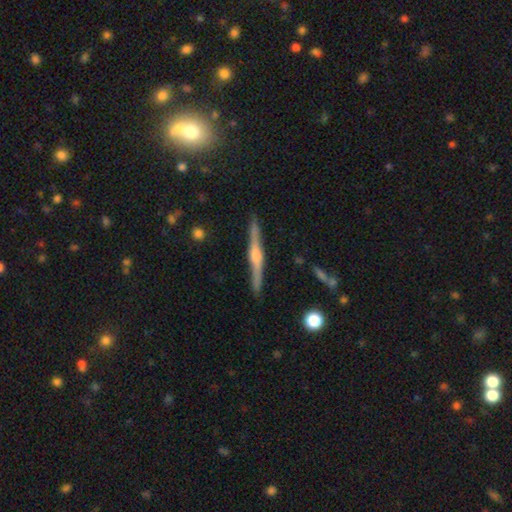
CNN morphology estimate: featured or disk 83%, smooth 11%, star or artifact 6%. Down the decision tree: edge-on disk — yes (98%); edge-on bulge — rounded (86%); merging — none (90%).